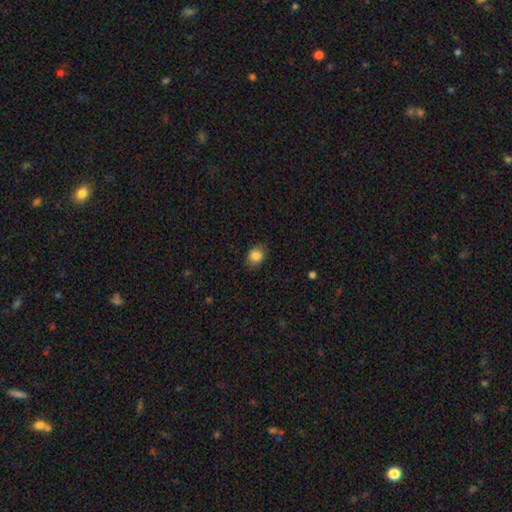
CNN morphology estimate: Smooth or featured?
  - smooth: 85% *
  - star or artifact: 9%
  - featured or disk: 6%
How rounded?
  - in between: 53% *
  - round: 46%
  - cigar-shaped: 1%
Merging?
  - none: 82% *
  - minor disturbance: 14%
  - major disturbance: 3%
  - merger: 1%